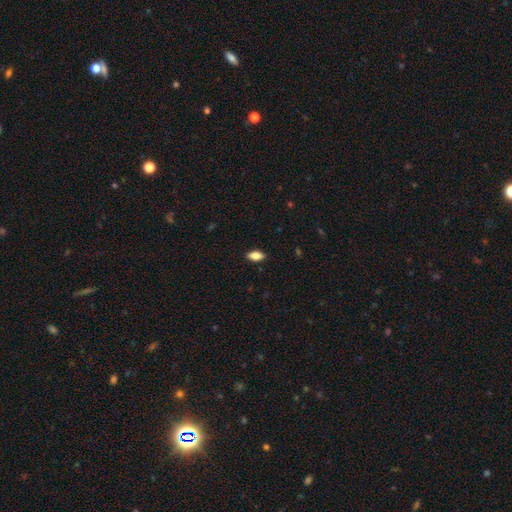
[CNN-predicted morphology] This is clearly a smooth galaxy (85%). How rounded: clearly in between (90%). Merging: clearly none (88%).